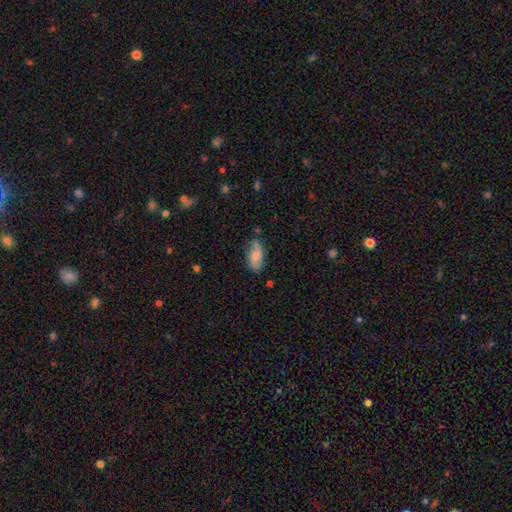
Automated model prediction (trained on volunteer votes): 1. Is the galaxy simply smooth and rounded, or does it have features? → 74% smooth, 20% featured or disk, 7% star or artifact.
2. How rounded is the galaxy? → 89% in between, 8% cigar-shaped, 3% round.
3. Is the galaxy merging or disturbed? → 65% none, 27% minor disturbance, 6% major disturbance, 3% merger.